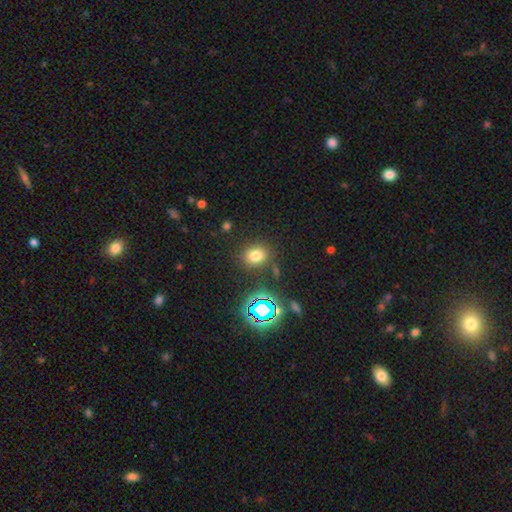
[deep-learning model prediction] A smooth galaxy with no disk features (71%) that is round (59%). Merging: none (82%).